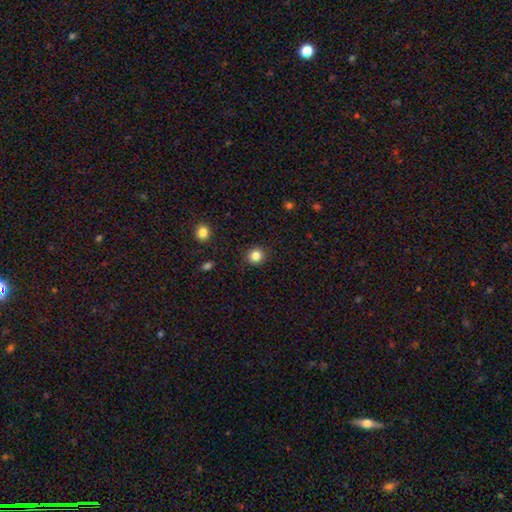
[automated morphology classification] smooth 83%, star or artifact 12%, featured or disk 5%. Down the decision tree: how rounded — round (91%); merging — none (91%).